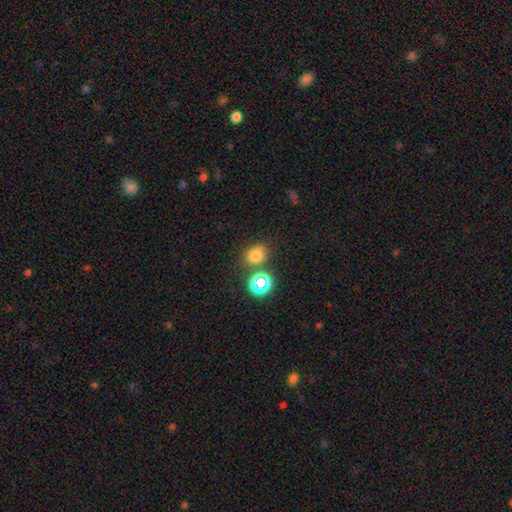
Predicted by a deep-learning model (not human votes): smooth-or-featured: smooth: 71% | star or artifact: 21% | featured or disk: 7%
  how-rounded: round: 64% | in between: 35% | cigar-shaped: 1%
  merging: none: 73% | minor disturbance: 12% | merger: 12% | major disturbance: 4%